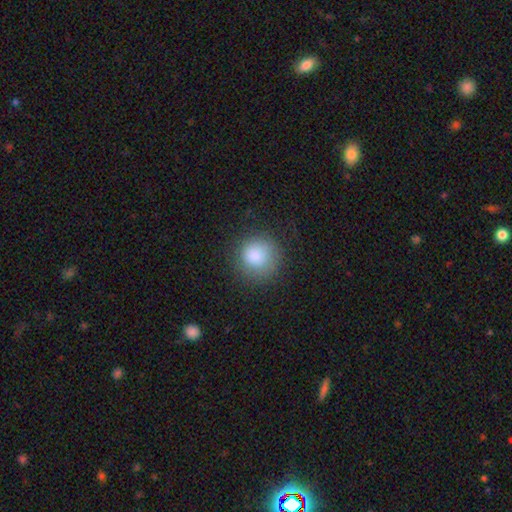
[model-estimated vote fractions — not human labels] A smooth galaxy with no disk features (84%) that is round (93%).

Vote fractions:
- Smooth or featured? smooth: 84% / star or artifact: 9% / featured or disk: 6%
- How rounded? round: 93% / in between: 6% / cigar-shaped: 1%
- Merging? none: 80% / minor disturbance: 13% / major disturbance: 6% / merger: 1%